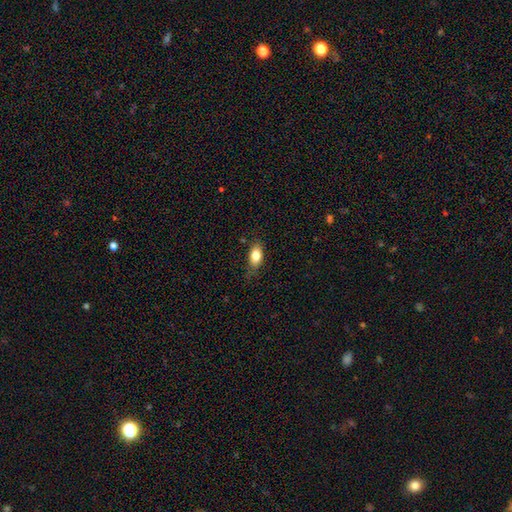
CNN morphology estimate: Overall: smooth (80%). How rounded: in between (86%). Merging: none (73%).